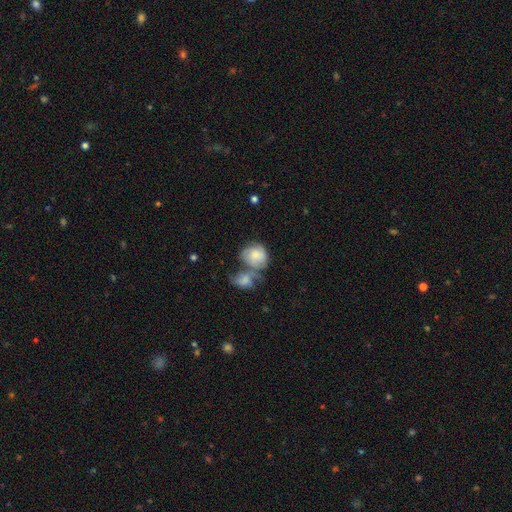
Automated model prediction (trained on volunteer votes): Smooth or featured: smooth — 53% (featured or disk — 40%)
How rounded: round — 62% (in between — 36%)
Merging: merger — 55% (none — 23%)